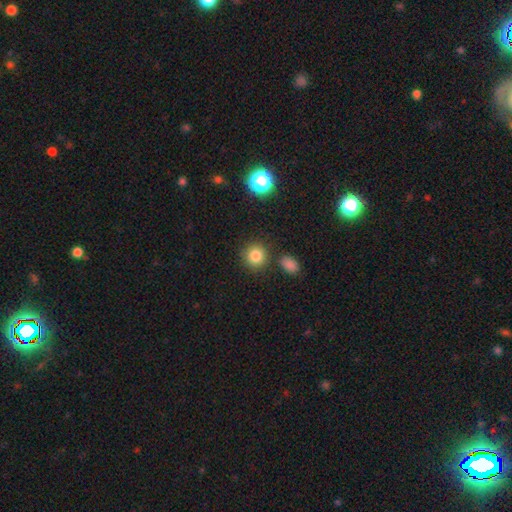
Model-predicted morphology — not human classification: Smooth or featured? Predicted: smooth (p=0.83). How rounded? Predicted: round (p=0.89). Merging? Predicted: none (p=0.83).